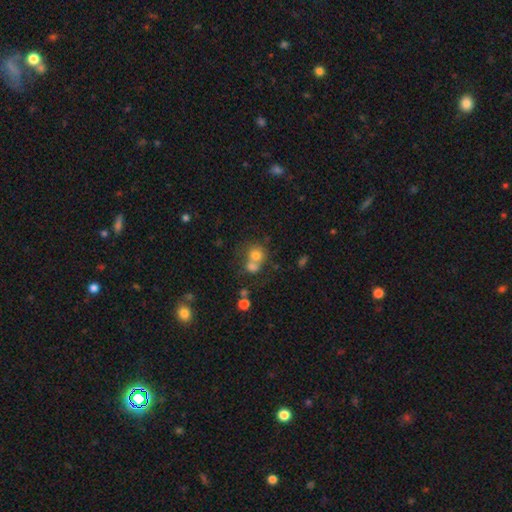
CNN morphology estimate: Overall: smooth (73%). How rounded: round (78%). Merging: merger (51%; none 36%).